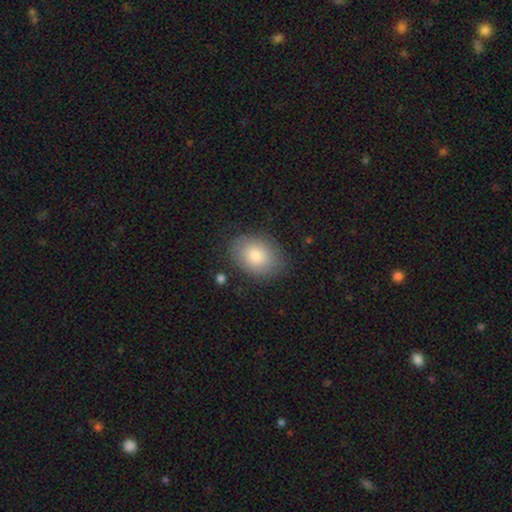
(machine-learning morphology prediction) A smooth galaxy with no disk features (80%) that is in between round and cigar-shaped (75%).

Vote fractions:
- Smooth or featured? smooth: 80% / featured or disk: 13% / star or artifact: 7%
- How rounded? in between: 75% / round: 24% / cigar-shaped: 1%
- Merging? none: 81% / minor disturbance: 14% / major disturbance: 4% / merger: 2%